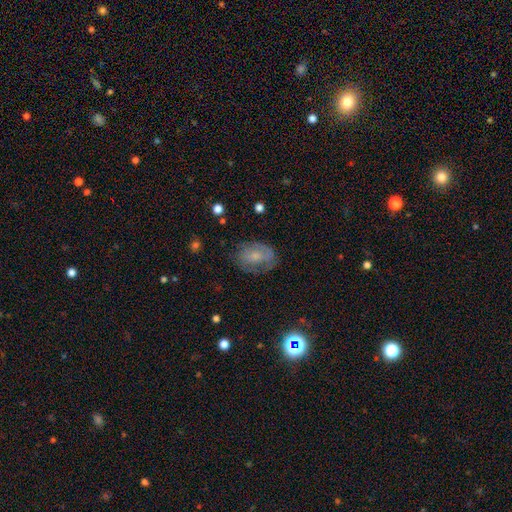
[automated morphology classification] smooth 46%, featured or disk 44%, star or artifact 11%. Down the decision tree: merging — none (62%).